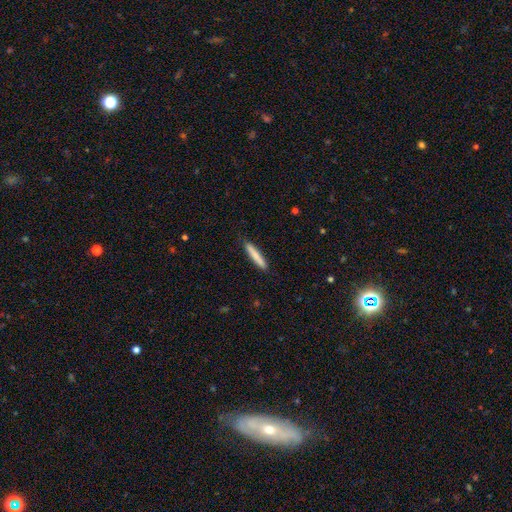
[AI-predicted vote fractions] smooth 80%, featured or disk 14%, star or artifact 6%. Down the decision tree: how rounded — cigar-shaped (93%); merging — none (88%).